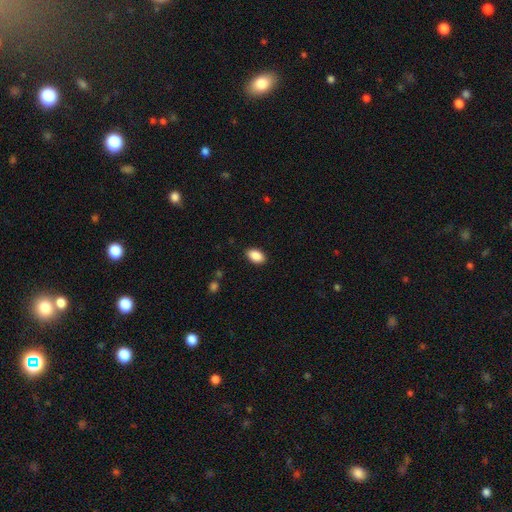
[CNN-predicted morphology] Smooth or featured? smooth (89%)
How rounded? in between (92%)
Merging? none (88%)